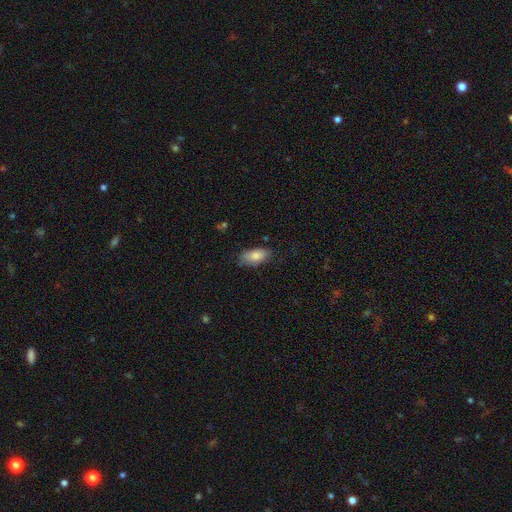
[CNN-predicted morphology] Smooth or featured?
  - smooth: 81% *
  - featured or disk: 12%
  - star or artifact: 7%
How rounded?
  - in between: 92% *
  - cigar-shaped: 5%
  - round: 3%
Merging?
  - none: 75% *
  - minor disturbance: 20%
  - major disturbance: 4%
  - merger: 1%